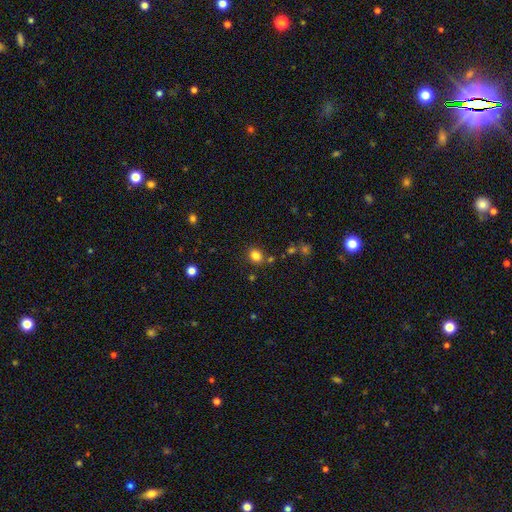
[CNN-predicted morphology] This is clearly a smooth galaxy (82%). How rounded: likely round (62%). Merging: clearly none (80%).